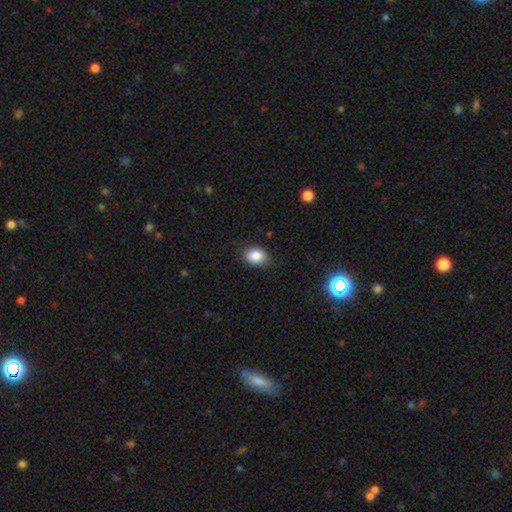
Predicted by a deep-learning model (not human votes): Smooth or featured?
  - smooth: 87% *
  - star or artifact: 9%
  - featured or disk: 4%
How rounded?
  - in between: 64% *
  - round: 35%
  - cigar-shaped: 1%
Merging?
  - none: 83% *
  - minor disturbance: 13%
  - major disturbance: 3%
  - merger: 1%